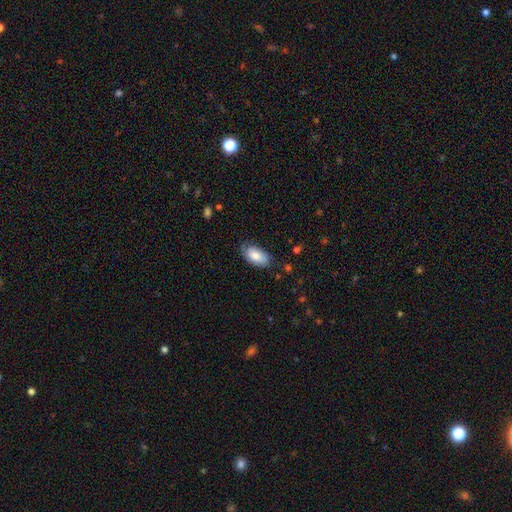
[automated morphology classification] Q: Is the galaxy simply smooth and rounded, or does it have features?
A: smooth — 74%.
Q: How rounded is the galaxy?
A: in between — 94%.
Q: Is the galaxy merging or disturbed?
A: none — 67%.